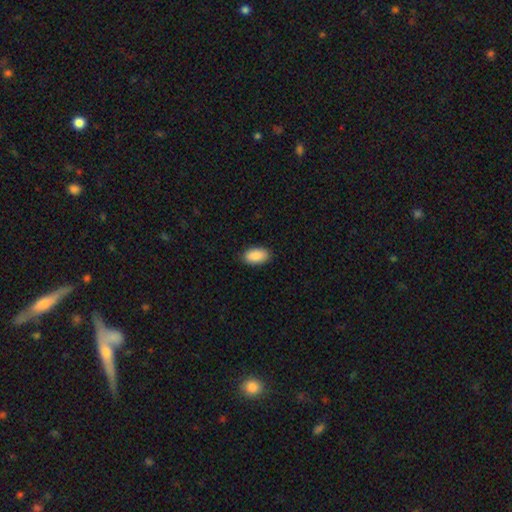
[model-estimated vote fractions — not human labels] smooth_or_featured: smooth (p=0.90) [alt: star or artifact p=0.06]
how_rounded: in between (p=0.95) [alt: round p=0.03]
merging: none (p=0.89) [alt: minor disturbance p=0.09]